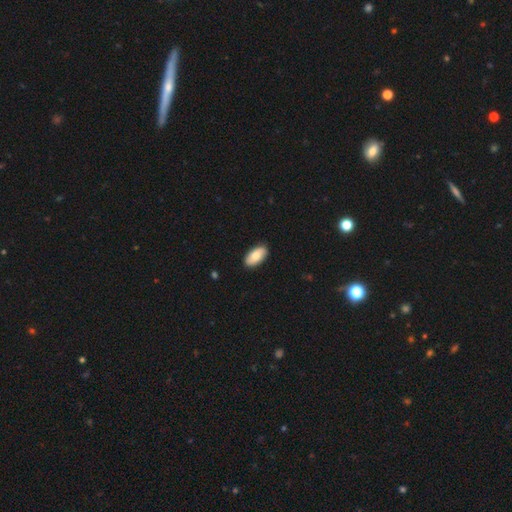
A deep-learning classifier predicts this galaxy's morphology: Overall: smooth (80%). How rounded: in between (93%). Merging: none (89%).